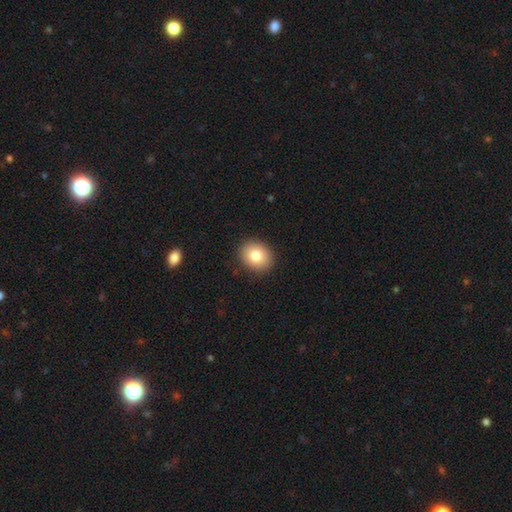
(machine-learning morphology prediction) smooth 81%, featured or disk 10%, star or artifact 9%. Down the decision tree: how rounded — round (64%); merging — none (90%).